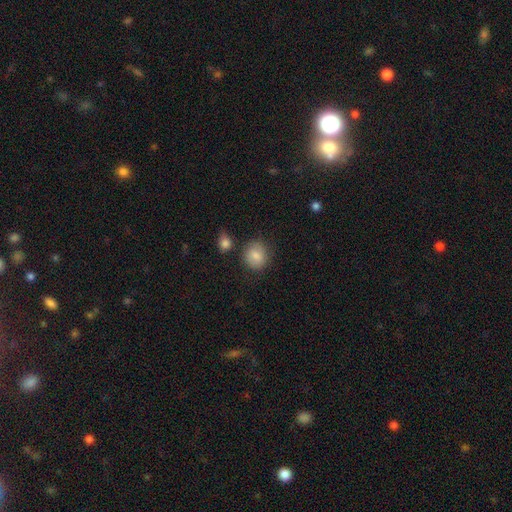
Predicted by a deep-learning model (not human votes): This appears to be a smooth galaxy with no disk features (83%) that is round (75%). Merging: none (75%).